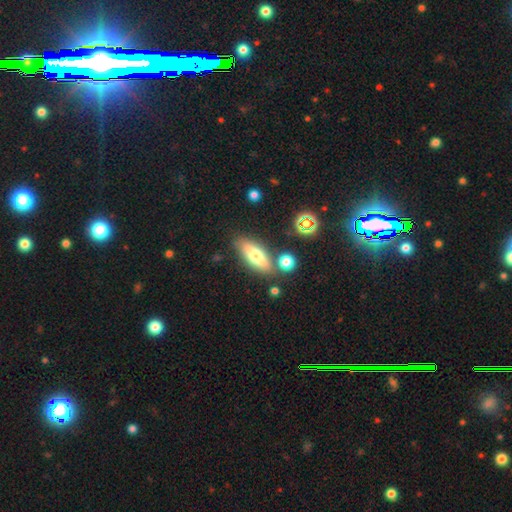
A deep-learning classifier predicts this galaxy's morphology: Smooth or featured?
  - smooth: 62% *
  - featured or disk: 29%
  - star or artifact: 9%
How rounded?
  - in between: 63% *
  - cigar-shaped: 34%
  - round: 3%
Merging?
  - none: 77% *
  - minor disturbance: 12%
  - merger: 7%
  - major disturbance: 4%